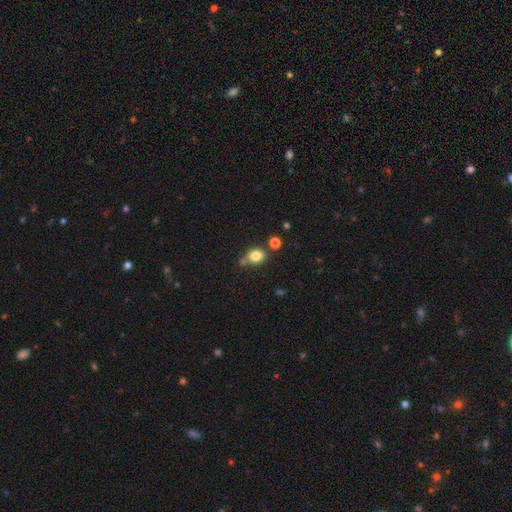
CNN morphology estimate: Smooth or featured? Predicted: smooth (p=0.81). How rounded? Predicted: round (p=0.62). Merging? Predicted: none (p=0.62).